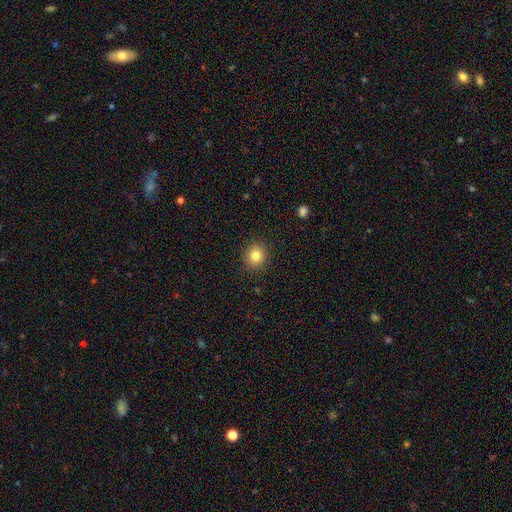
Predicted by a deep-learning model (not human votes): Smooth or featured: smooth — 82% (star or artifact — 11%)
How rounded: round — 88% (in between — 11%)
Merging: none — 91% (minor disturbance — 6%)